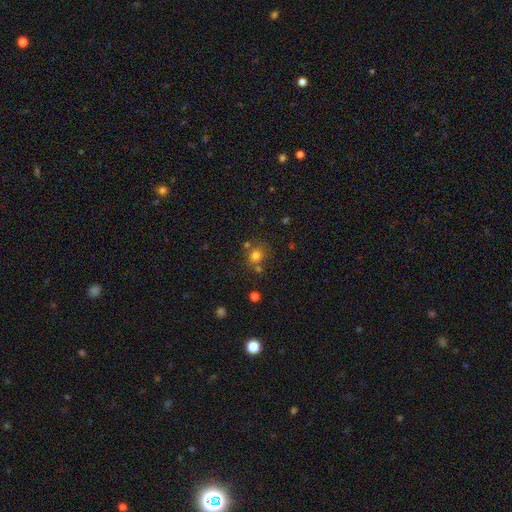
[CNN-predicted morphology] Smooth or featured? Predicted: smooth (p=0.75). How rounded? Predicted: round (p=0.83). Merging? Predicted: none (p=0.68).